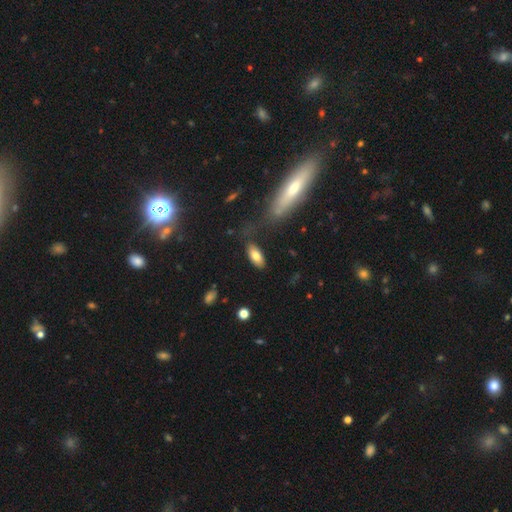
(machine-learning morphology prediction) A smooth galaxy with no disk features (78%) that is in between round and cigar-shaped (88%). Merging: none (78%).